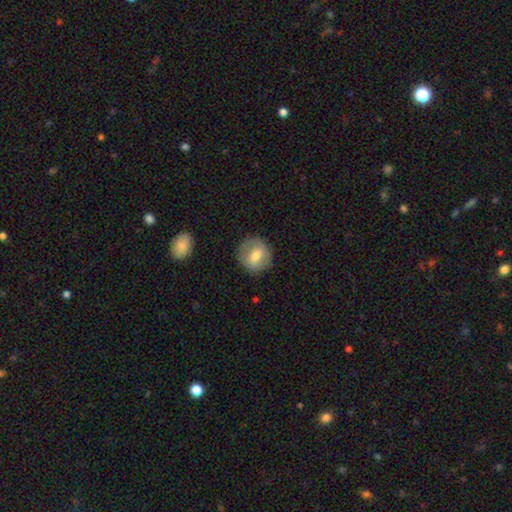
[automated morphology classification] Smooth or featured? Predicted: smooth (p=0.65). How rounded? Predicted: round (p=0.90). Merging? Predicted: none (p=0.85).